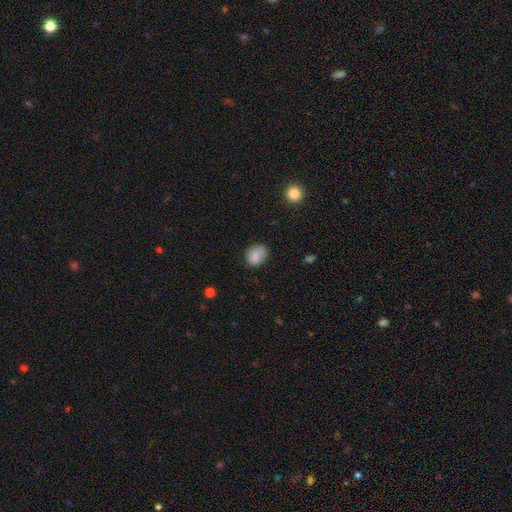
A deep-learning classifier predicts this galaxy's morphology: Smooth or featured?
  - smooth: 79% *
  - featured or disk: 11%
  - star or artifact: 9%
How rounded?
  - round: 51% *
  - in between: 48%
  - cigar-shaped: 1%
Merging?
  - none: 64% *
  - minor disturbance: 26%
  - major disturbance: 7%
  - merger: 3%